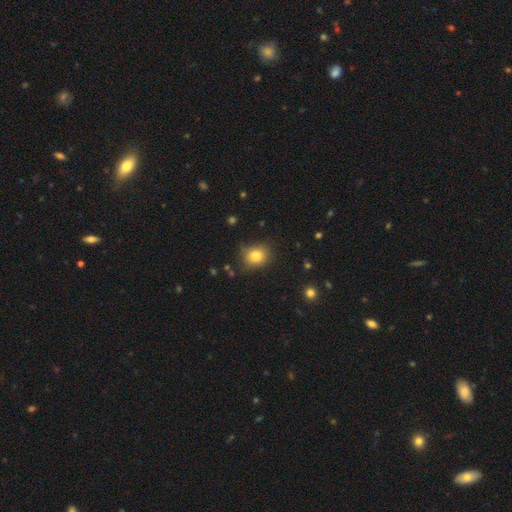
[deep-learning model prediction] smooth_or_featured: smooth (p=0.81) [alt: star or artifact p=0.11]
how_rounded: round (p=0.69) [alt: in between p=0.30]
merging: none (p=0.78) [alt: minor disturbance p=0.16]